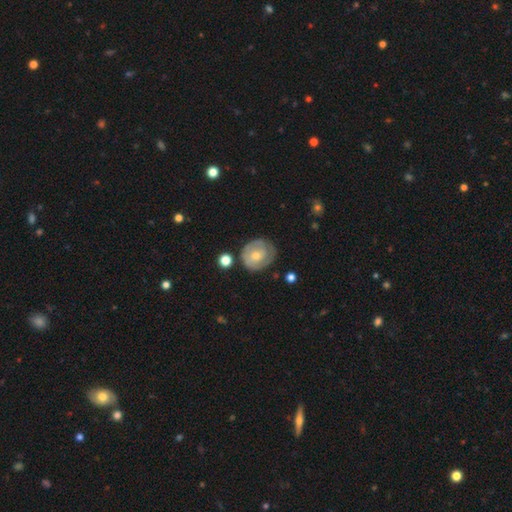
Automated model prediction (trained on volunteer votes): smooth_or_featured: featured or disk (p=0.48) [alt: smooth p=0.45]
merging: none (p=0.67) [alt: minor disturbance p=0.22]